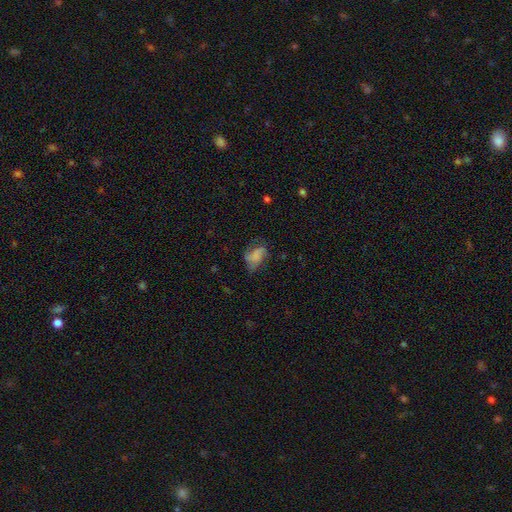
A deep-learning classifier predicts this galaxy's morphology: Q: Smooth or featured?
A: smooth (47%); runner-up: featured or disk (42%)
Q: Merging?
A: none (47%); runner-up: minor disturbance (26%)